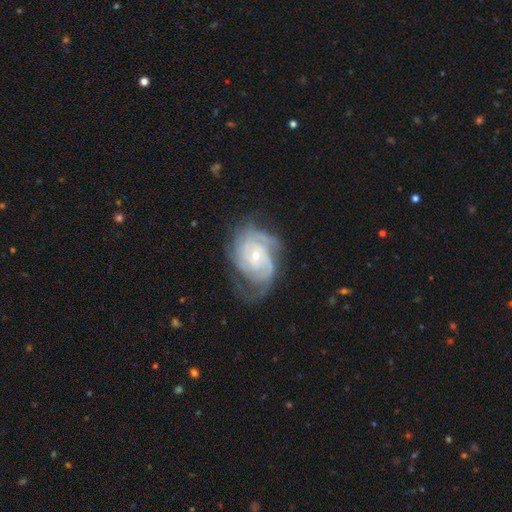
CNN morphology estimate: A featured or disk galaxy (86%) with no bar (68%), tight (67%) spiral arms (95%) and a small central bulge (65%). Merging: none (58%).